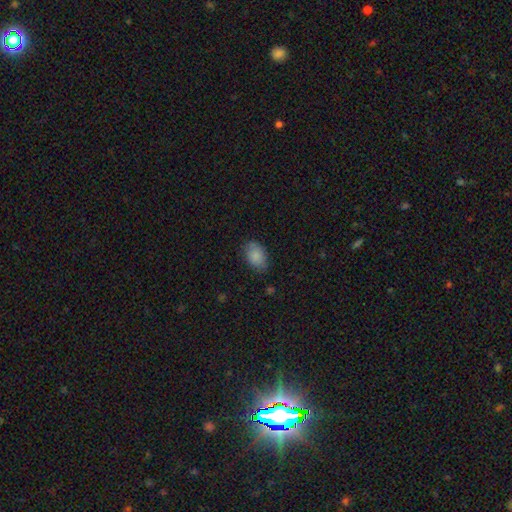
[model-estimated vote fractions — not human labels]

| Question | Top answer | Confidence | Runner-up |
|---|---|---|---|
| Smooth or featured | smooth | 87% | star or artifact (7%) |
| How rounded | in between | 84% | round (15%) |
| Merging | none | 78% | minor disturbance (17%) |